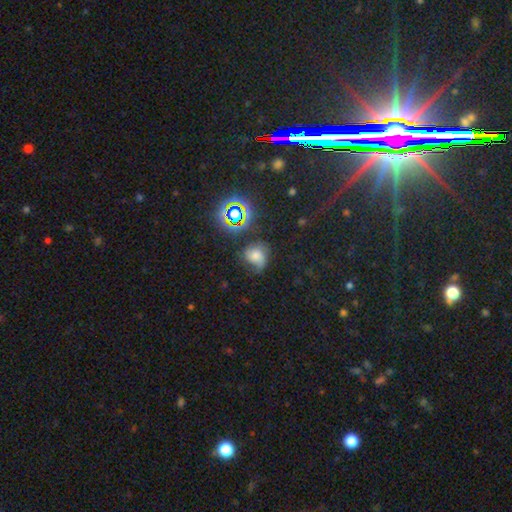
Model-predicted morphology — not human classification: Smooth or featured: smooth — 45% (featured or disk — 28%)
Merging: none — 46% (minor disturbance — 28%)